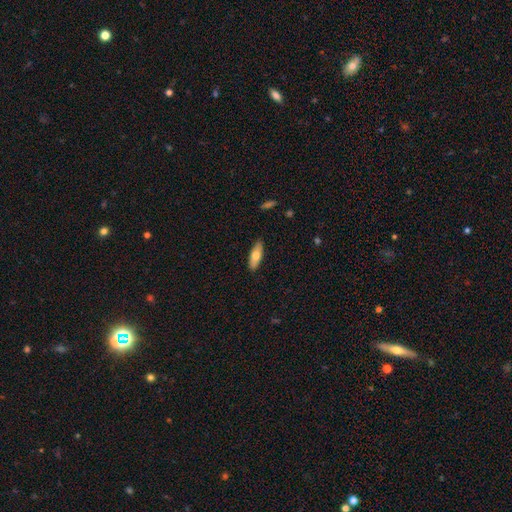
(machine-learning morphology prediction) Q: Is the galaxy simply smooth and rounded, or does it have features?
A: smooth — 70%.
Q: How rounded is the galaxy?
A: in between — 55%.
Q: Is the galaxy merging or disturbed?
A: none — 88%.